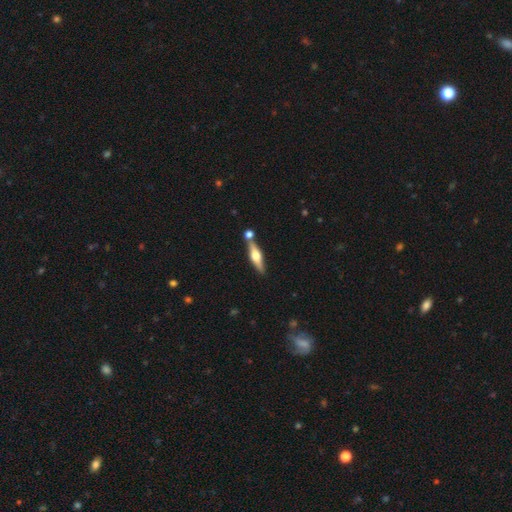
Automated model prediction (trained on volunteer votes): Smooth or featured: featured or disk — 59% (smooth — 36%)
Edge-on disk: yes — 94% (no — 6%)
Edge-on bulge: rounded — 92% (boxy — 5%)
Merging: none — 72% (merger — 15%)